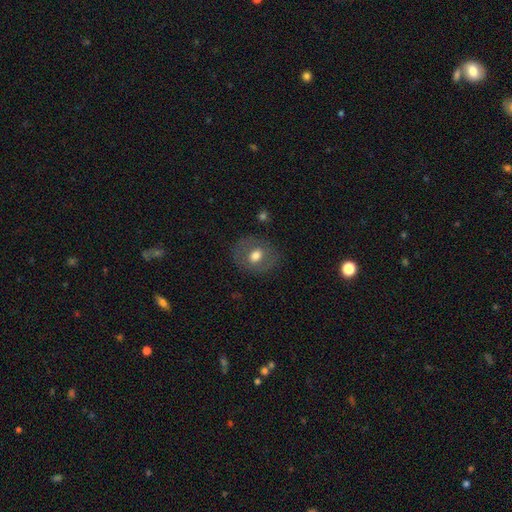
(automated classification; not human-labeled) smooth_or_featured: smooth (p=0.63) [alt: featured or disk p=0.29]
how_rounded: round (p=0.58) [alt: in between p=0.41]
merging: none (p=0.81) [alt: minor disturbance p=0.12]